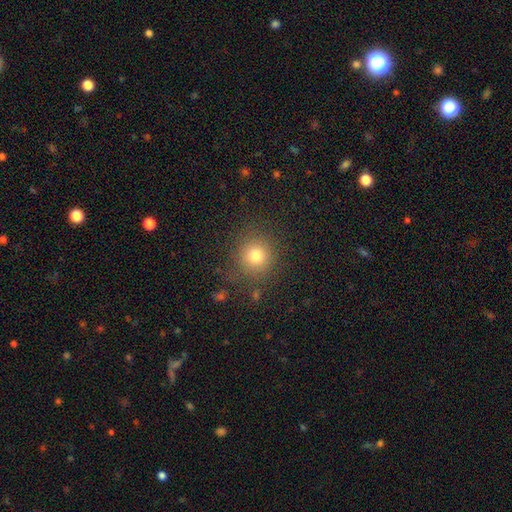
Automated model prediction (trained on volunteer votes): Smooth or featured?
  - smooth: 77% *
  - star or artifact: 15%
  - featured or disk: 8%
How rounded?
  - round: 91% *
  - in between: 8%
  - cigar-shaped: 1%
Merging?
  - none: 86% *
  - minor disturbance: 9%
  - major disturbance: 4%
  - merger: 2%